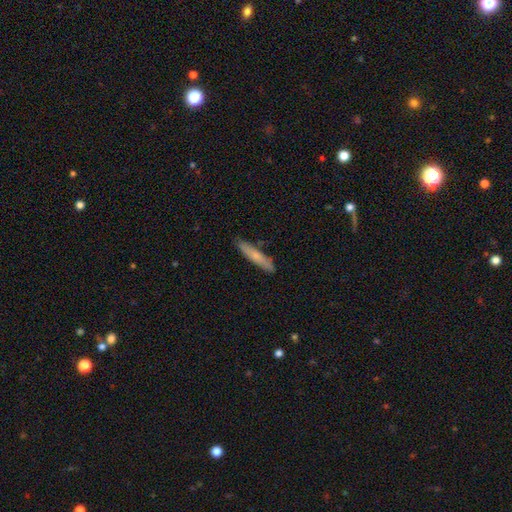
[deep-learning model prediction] This is likely a smooth galaxy (65%). How rounded: clearly cigar-shaped (91%). Merging: clearly none (86%).